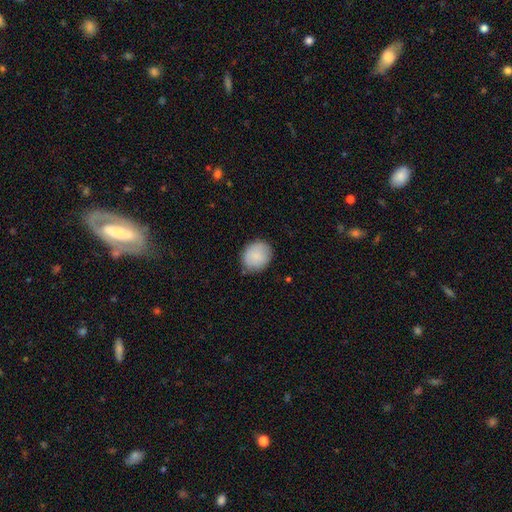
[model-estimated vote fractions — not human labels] Smooth or featured? smooth (86%)
How rounded? round (61%)
Merging? none (81%)